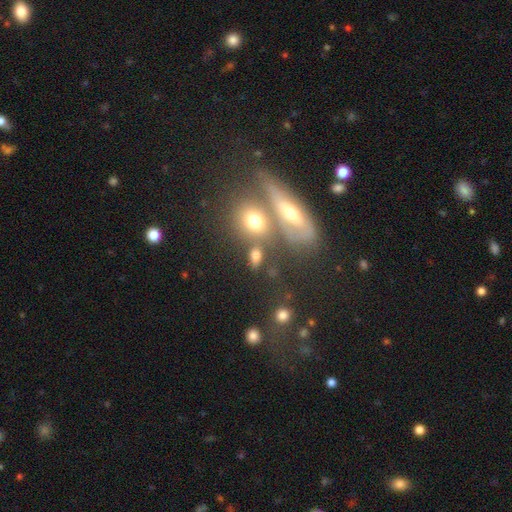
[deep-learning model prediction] This appears to be a smooth galaxy with no disk features (67%) that is in between round and cigar-shaped (67%). Merging: none (56%).